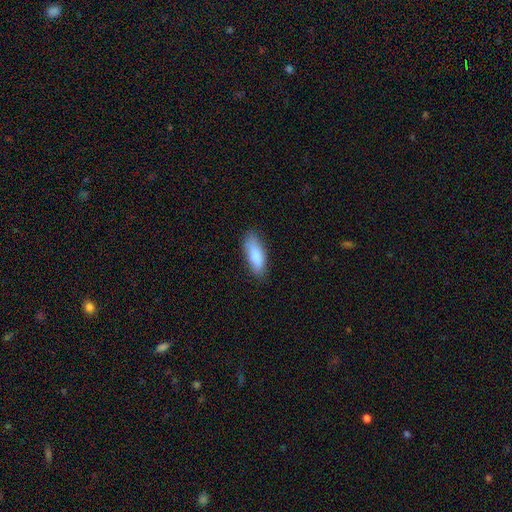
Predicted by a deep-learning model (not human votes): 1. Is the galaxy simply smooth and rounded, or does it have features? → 86% smooth, 8% featured or disk, 6% star or artifact.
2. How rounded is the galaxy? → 70% in between, 28% cigar-shaped, 2% round.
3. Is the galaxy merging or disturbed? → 79% none, 17% minor disturbance, 3% major disturbance, 1% merger.